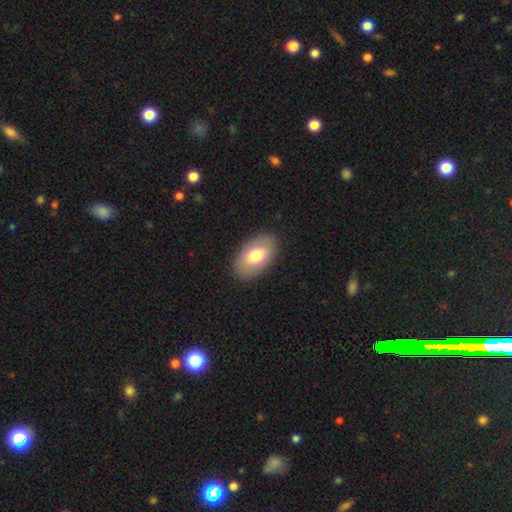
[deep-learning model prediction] smooth-or-featured: smooth: 71% | featured or disk: 23% | star or artifact: 6%
  how-rounded: in between: 93% | round: 6% | cigar-shaped: 1%
  merging: none: 88% | minor disturbance: 9% | major disturbance: 3% | merger: 1%